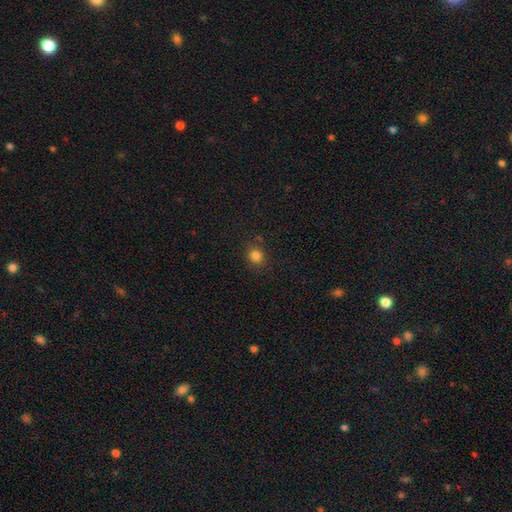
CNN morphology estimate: Smooth or featured?
  - smooth: 82% *
  - star or artifact: 13%
  - featured or disk: 5%
How rounded?
  - round: 81% *
  - in between: 18%
  - cigar-shaped: 1%
Merging?
  - none: 83% *
  - minor disturbance: 10%
  - major disturbance: 3%
  - merger: 3%